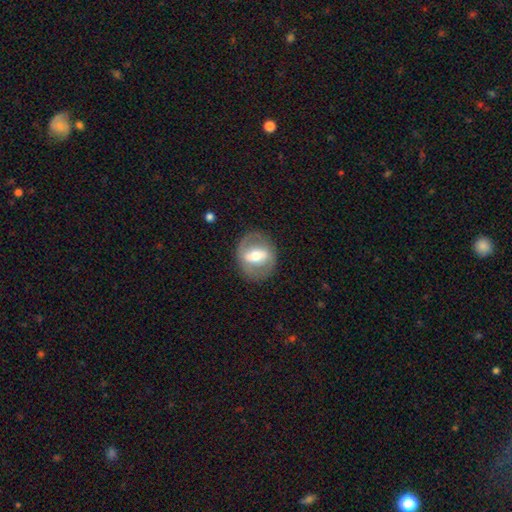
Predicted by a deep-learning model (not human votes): Q: Smooth or featured?
A: featured or disk (63%); runner-up: smooth (31%)
Q: Edge-on disk?
A: no (91%); runner-up: yes (9%)
Q: Bar?
A: strong (54%); runner-up: weak (31%)
Q: Spiral arms?
A: no (57%); runner-up: yes (43%)
Q: Bulge size?
A: moderate (66%); runner-up: small (17%)
Q: Merging?
A: none (81%); runner-up: minor disturbance (11%)